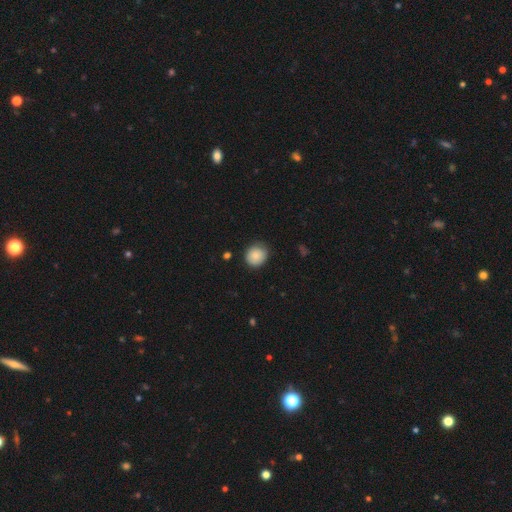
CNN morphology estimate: Overall: smooth (85%). How rounded: round (78%). Merging: none (74%).